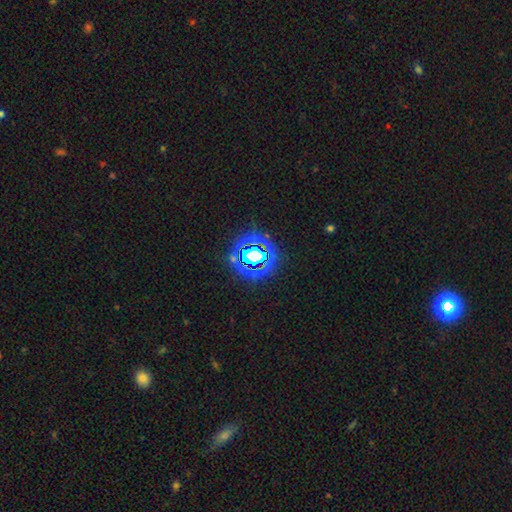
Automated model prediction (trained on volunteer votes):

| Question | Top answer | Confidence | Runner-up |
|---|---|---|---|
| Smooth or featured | star or artifact | 69% | smooth (17%) |